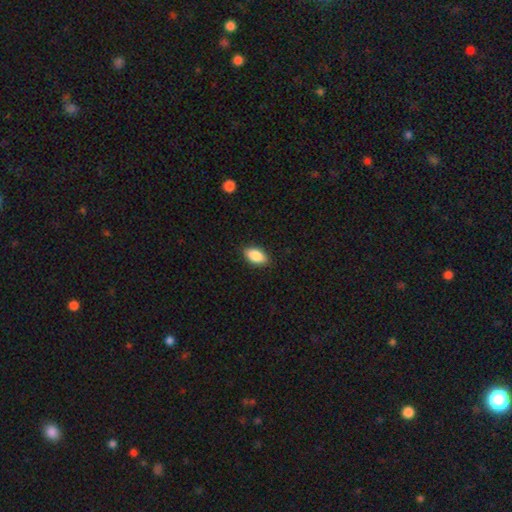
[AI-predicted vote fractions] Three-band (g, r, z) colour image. It shows a smooth galaxy with no disk features (88%) that is in between round and cigar-shaped (92%). Merging: none (88%).